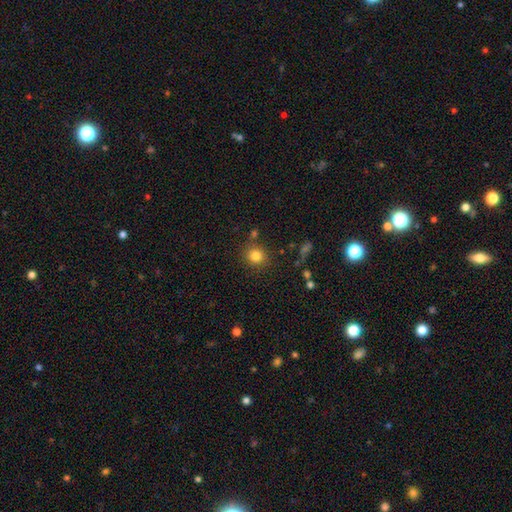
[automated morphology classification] Smooth or featured: smooth — 81% (star or artifact — 12%)
How rounded: round — 88% (in between — 11%)
Merging: none — 82% (minor disturbance — 9%)